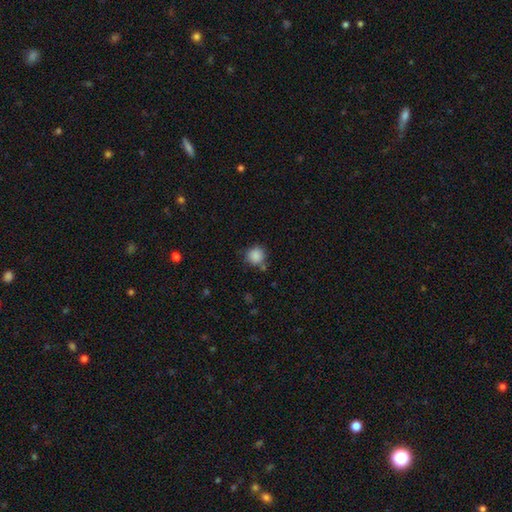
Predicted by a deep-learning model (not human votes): A smooth galaxy with no disk features (86%) that is round (89%). Merging: none (72%).